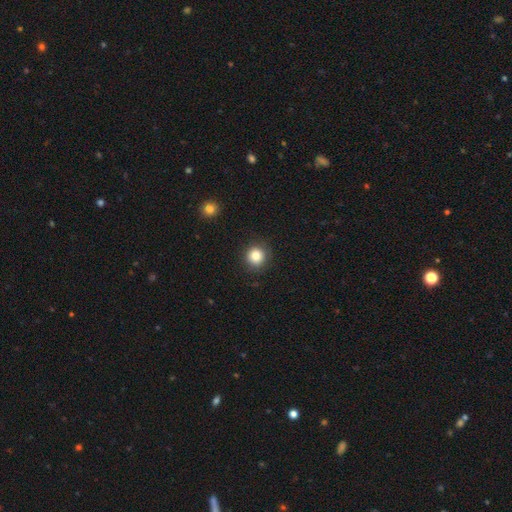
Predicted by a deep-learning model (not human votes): Q: Smooth or featured?
A: smooth (84%); runner-up: star or artifact (11%)
Q: How rounded?
A: round (91%); runner-up: in between (8%)
Q: Merging?
A: none (87%); runner-up: minor disturbance (9%)